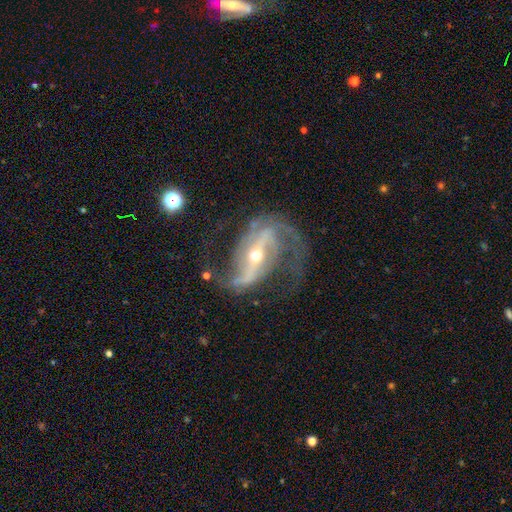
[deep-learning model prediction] Q: Smooth or featured?
A: featured or disk (91%); runner-up: star or artifact (6%)
Q: Edge-on disk?
A: no (96%); runner-up: yes (4%)
Q: Bar?
A: strong (63%); runner-up: weak (25%)
Q: Spiral arms?
A: yes (97%); runner-up: no (3%)
Q: Spiral winding?
A: medium (45%); runner-up: loose (42%)
Q: Spiral arm count?
A: 2 (85%); runner-up: 3 (5%)
Q: Bulge size?
A: small (53%); runner-up: moderate (43%)
Q: Merging?
A: none (60%); runner-up: major disturbance (19%)